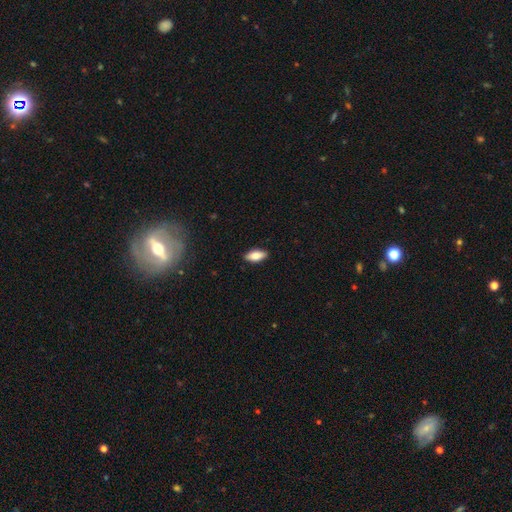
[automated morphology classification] Q: Smooth or featured?
A: smooth (77%); runner-up: featured or disk (17%)
Q: How rounded?
A: in between (83%); runner-up: cigar-shaped (15%)
Q: Merging?
A: none (88%); runner-up: minor disturbance (9%)